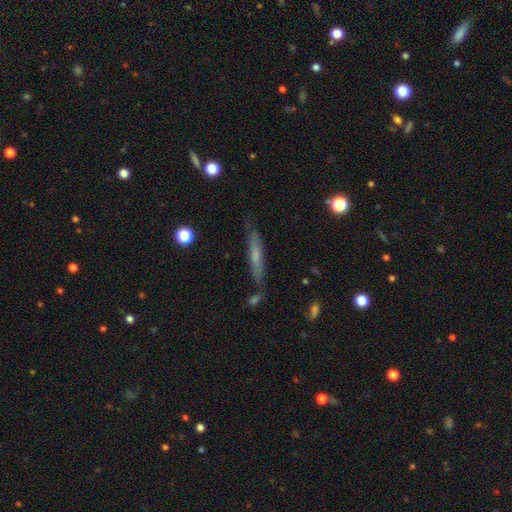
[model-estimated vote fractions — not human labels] smooth_or_featured: smooth (p=0.52) [alt: featured or disk p=0.41]
how_rounded: cigar-shaped (p=0.90) [alt: in between p=0.08]
merging: none (p=0.78) [alt: minor disturbance p=0.14]